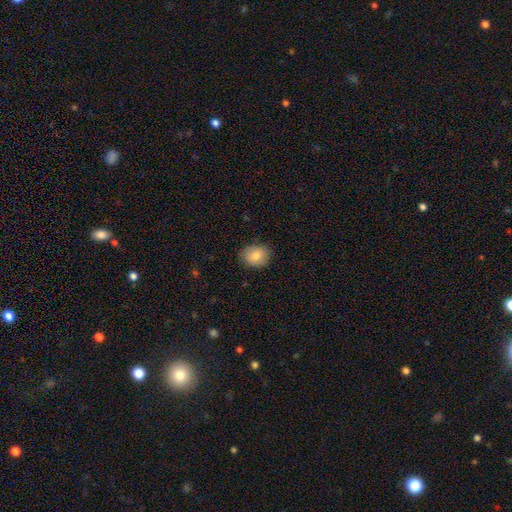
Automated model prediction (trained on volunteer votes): Smooth or featured?
  - smooth: 81% *
  - featured or disk: 11%
  - star or artifact: 8%
How rounded?
  - in between: 66% *
  - round: 33%
  - cigar-shaped: 1%
Merging?
  - none: 85% *
  - minor disturbance: 12%
  - major disturbance: 2%
  - merger: 1%